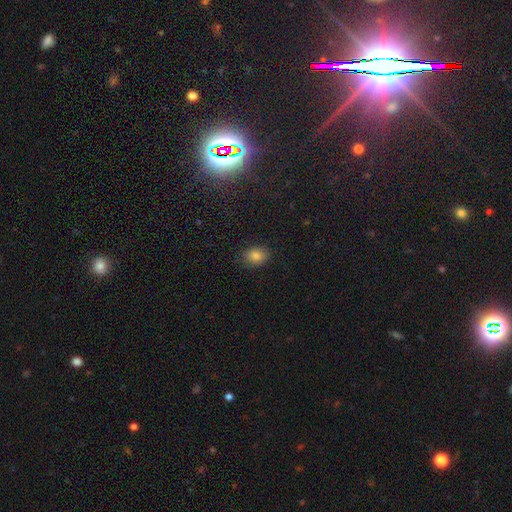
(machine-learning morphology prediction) Smooth or featured: smooth — 80% (star or artifact — 14%)
How rounded: round — 50% (in between — 49%)
Merging: none — 84% (minor disturbance — 12%)